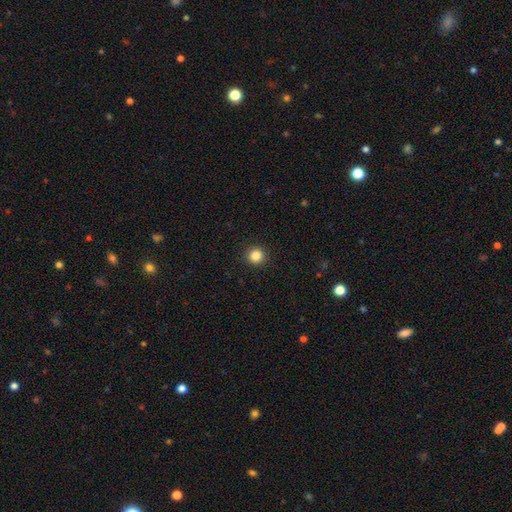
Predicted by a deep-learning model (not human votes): smooth 85%, star or artifact 11%, featured or disk 4%. Down the decision tree: how rounded — round (95%); merging — none (93%).